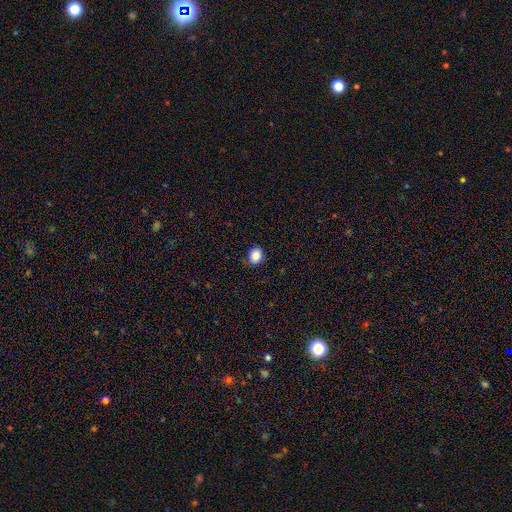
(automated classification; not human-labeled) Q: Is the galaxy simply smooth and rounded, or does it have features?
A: smooth — 85%.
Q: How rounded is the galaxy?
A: round — 67%.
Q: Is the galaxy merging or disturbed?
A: none — 81%.